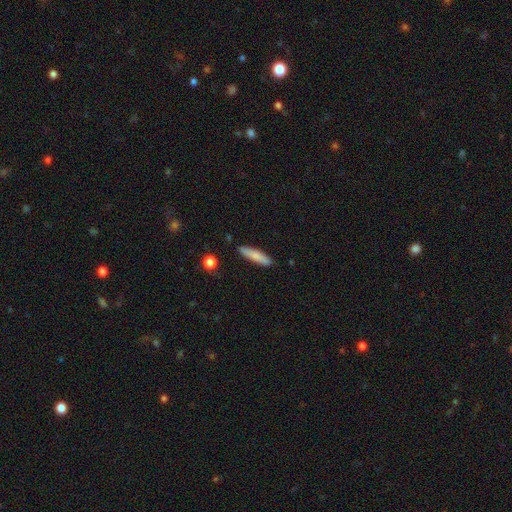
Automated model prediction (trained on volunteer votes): Q: Smooth or featured?
A: smooth (80%); runner-up: featured or disk (14%)
Q: How rounded?
A: cigar-shaped (80%); runner-up: in between (19%)
Q: Merging?
A: none (86%); runner-up: minor disturbance (10%)